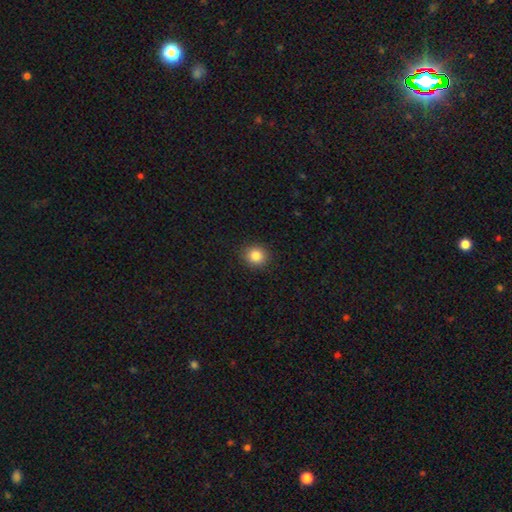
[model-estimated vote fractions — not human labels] This appears to be a smooth galaxy with no disk features (85%) that is round (87%). Merging: none (91%).